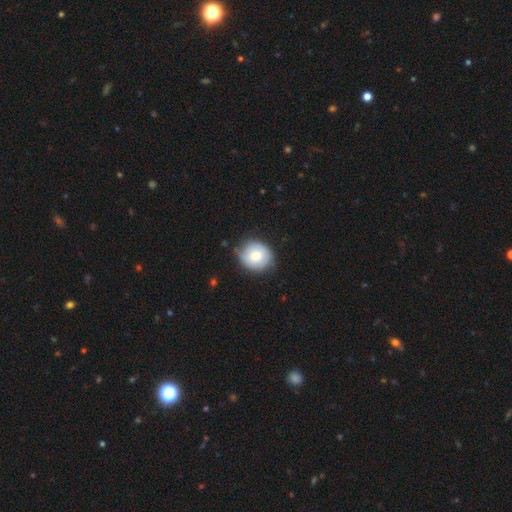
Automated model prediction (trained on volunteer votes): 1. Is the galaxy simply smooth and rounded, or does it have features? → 64% smooth, 29% featured or disk, 7% star or artifact.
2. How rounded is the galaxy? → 78% round, 21% in between, 1% cigar-shaped.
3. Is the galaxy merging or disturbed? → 68% none, 26% minor disturbance, 5% major disturbance, 1% merger.